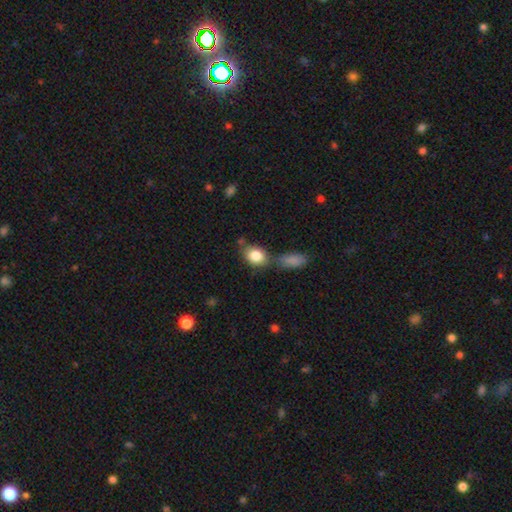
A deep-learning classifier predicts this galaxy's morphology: This is clearly a smooth galaxy (84%). How rounded: likely in between (65%). Merging: possibly none (55%).